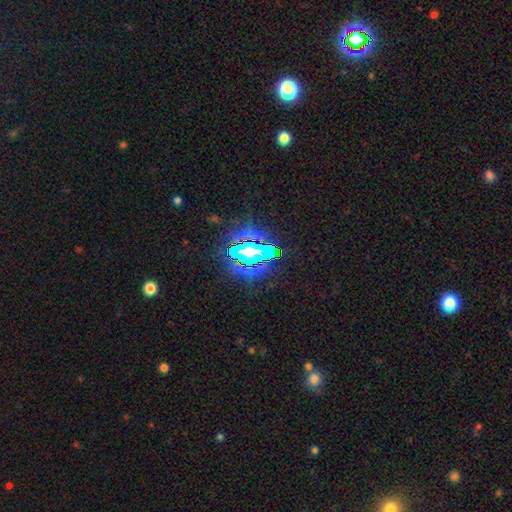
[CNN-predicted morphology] This appears to be a star or artifact, not a galaxy (83%).